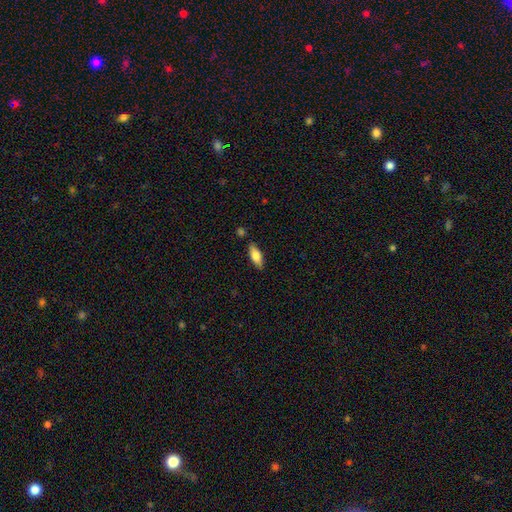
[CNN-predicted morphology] Smooth or featured? Predicted: smooth (p=0.78). How rounded? Predicted: in between (p=0.73). Merging? Predicted: none (p=0.81).